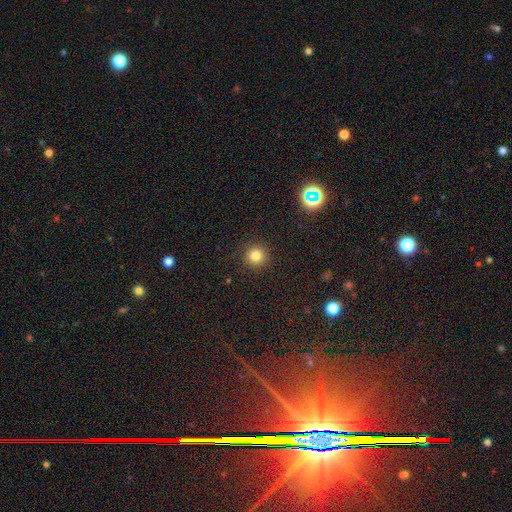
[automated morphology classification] This is clearly a smooth galaxy (81%). How rounded: clearly round (94%). Merging: clearly none (91%).